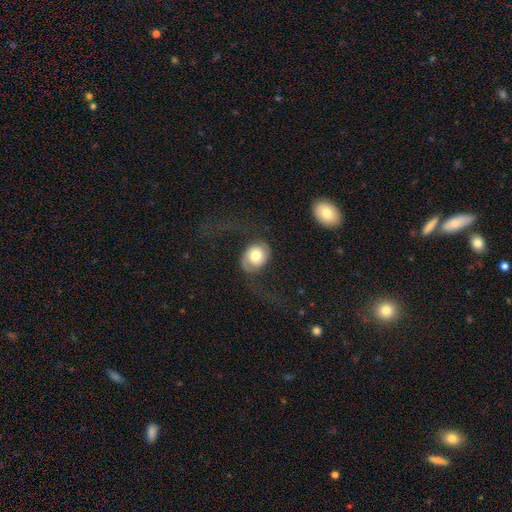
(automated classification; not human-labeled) Smooth or featured? featured or disk (52%)
Edge-on disk? no (96%)
Merging? none (51%)